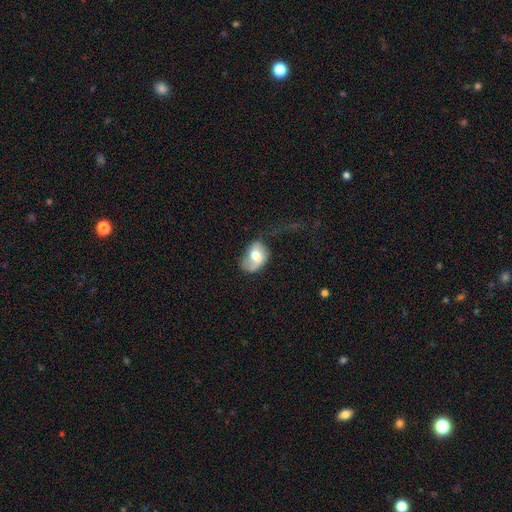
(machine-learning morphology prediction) Smooth or featured? smooth (56%)
How rounded? in between (71%)
Merging? none (32%)